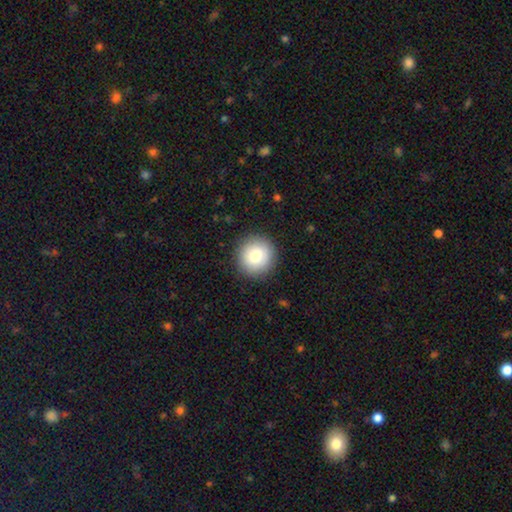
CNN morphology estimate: A smooth galaxy with no disk features (82%) that is round (92%).

Vote fractions:
- Smooth or featured? smooth: 82% / featured or disk: 11% / star or artifact: 8%
- How rounded? round: 92% / in between: 7% / cigar-shaped: 1%
- Merging? none: 90% / minor disturbance: 7% / major disturbance: 2% / merger: 1%